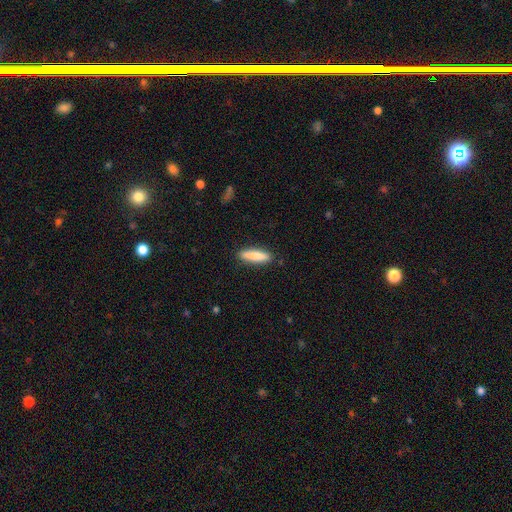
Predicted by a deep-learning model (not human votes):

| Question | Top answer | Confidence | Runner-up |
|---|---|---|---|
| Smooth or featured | smooth | 84% | featured or disk (10%) |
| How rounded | cigar-shaped | 73% | in between (26%) |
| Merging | none | 88% | minor disturbance (9%) |